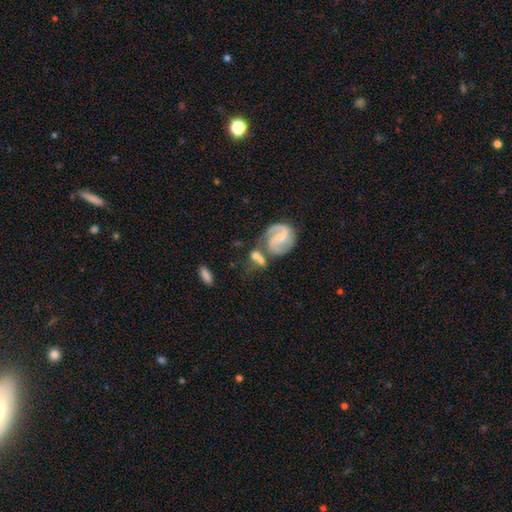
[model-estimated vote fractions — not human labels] Q: Smooth or featured?
A: featured or disk (61%); runner-up: smooth (31%)
Q: Edge-on disk?
A: no (95%); runner-up: yes (5%)
Q: Bar?
A: no (43%); tied with: weak (43%)
Q: Spiral arms?
A: yes (85%); runner-up: no (15%)
Q: Bulge size?
A: small (47%); runner-up: moderate (38%)
Q: Merging?
A: merger (40%); runner-up: none (36%)